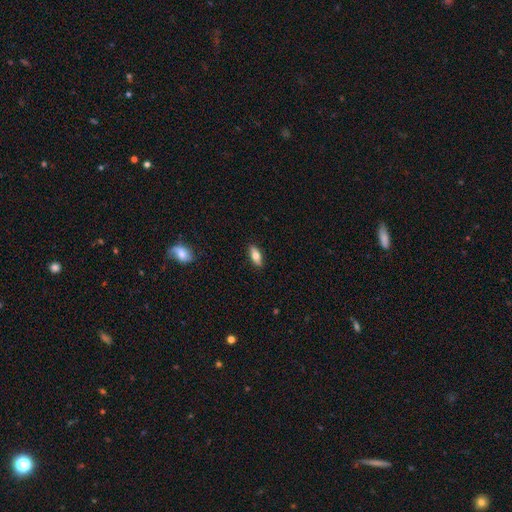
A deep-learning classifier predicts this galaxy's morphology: Smooth or featured? smooth (70%)
How rounded? in between (78%)
Merging? none (88%)